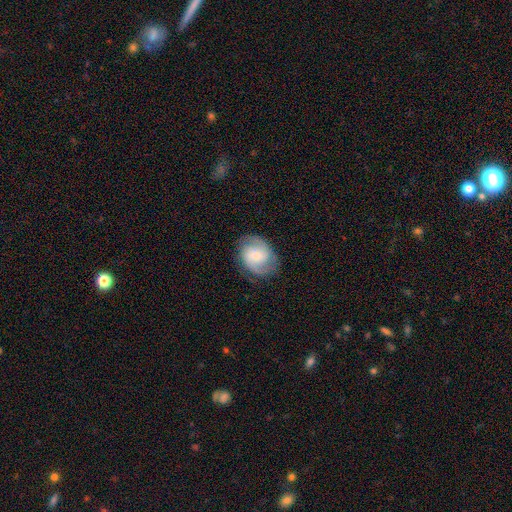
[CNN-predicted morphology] Smooth or featured? Predicted: featured or disk (p=0.68). Edge-on disk? Predicted: no (p=0.97). Bar? Predicted: no (p=0.55). Spiral arms? Predicted: yes (p=0.93). Spiral winding? Predicted: medium (p=0.47). Spiral arm count? Predicted: 2 (p=0.79). Bulge size? Predicted: small (p=0.51). Merging? Predicted: none (p=0.79).